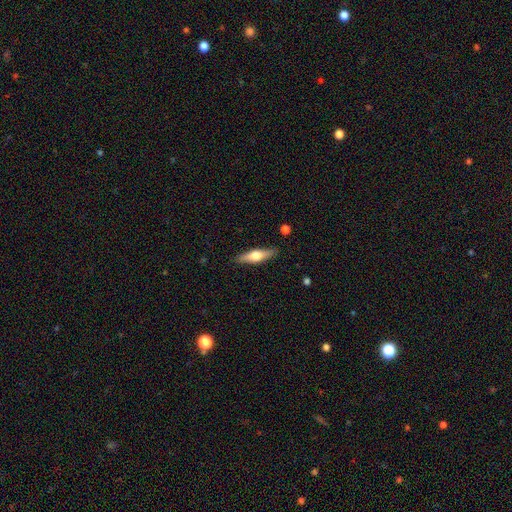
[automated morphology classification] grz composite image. It shows a featured or disk galaxy (48%). Merging: none (88%).